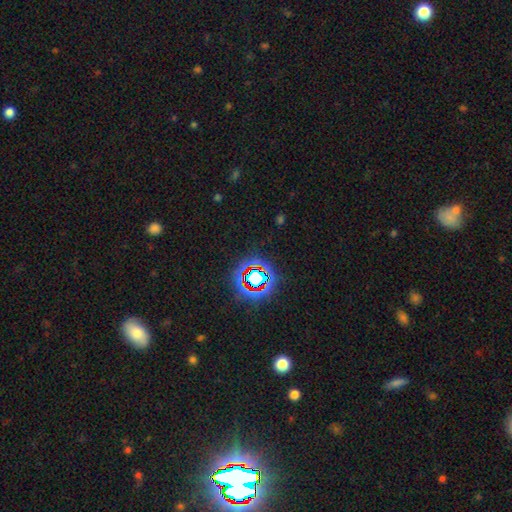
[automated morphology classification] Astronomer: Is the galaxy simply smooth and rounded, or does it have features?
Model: star or artifact — 71%.